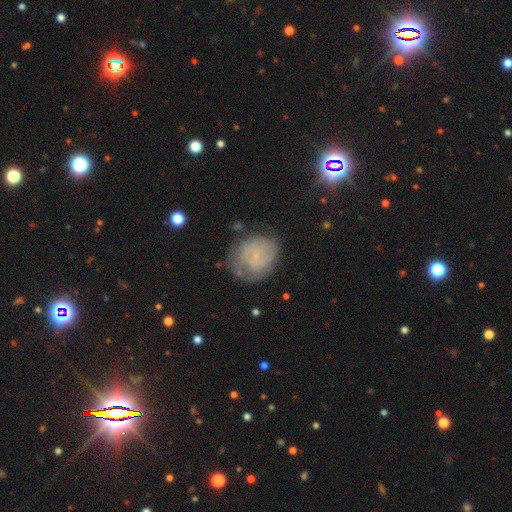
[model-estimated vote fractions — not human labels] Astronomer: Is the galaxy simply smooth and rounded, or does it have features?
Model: featured or disk — 59%.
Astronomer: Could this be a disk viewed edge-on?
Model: no — 98%.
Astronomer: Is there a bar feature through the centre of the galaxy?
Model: no — 67%.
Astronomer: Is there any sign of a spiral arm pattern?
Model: yes — 78%.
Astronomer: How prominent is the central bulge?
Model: small — 69%.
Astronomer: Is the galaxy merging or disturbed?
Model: none — 63%.